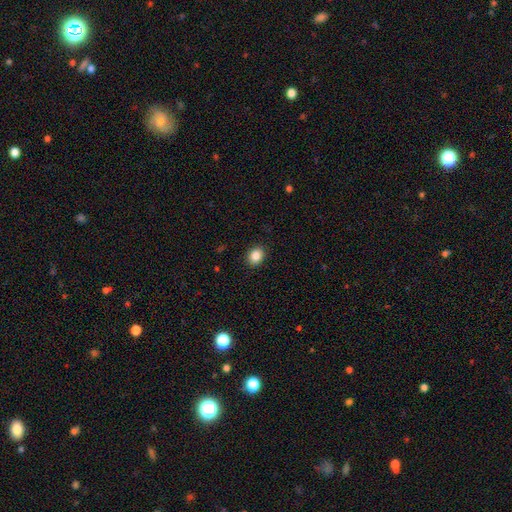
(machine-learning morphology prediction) A smooth galaxy with no disk features (86%) that is round (53%). Merging: none (90%).